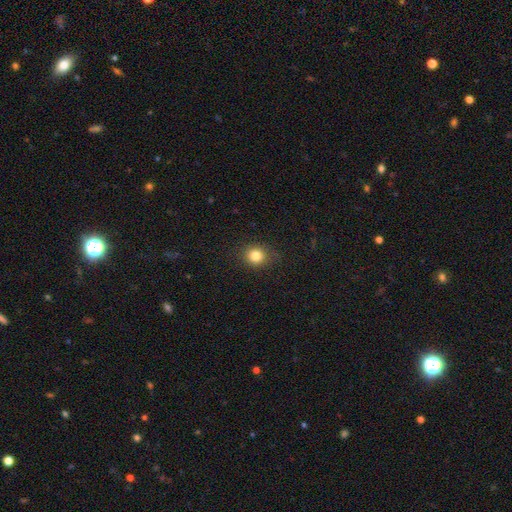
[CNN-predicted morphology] Smooth or featured? Predicted: smooth (p=0.82). How rounded? Predicted: round (p=0.84). Merging? Predicted: none (p=0.85).